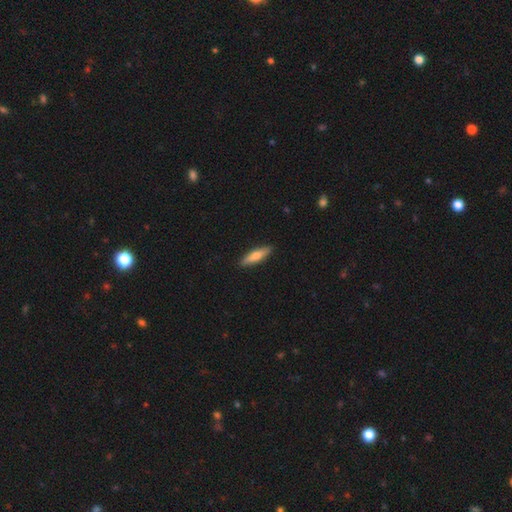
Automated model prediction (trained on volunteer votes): A smooth galaxy with no disk features (67%) that is cigar-shaped (69%). Merging: none (90%).